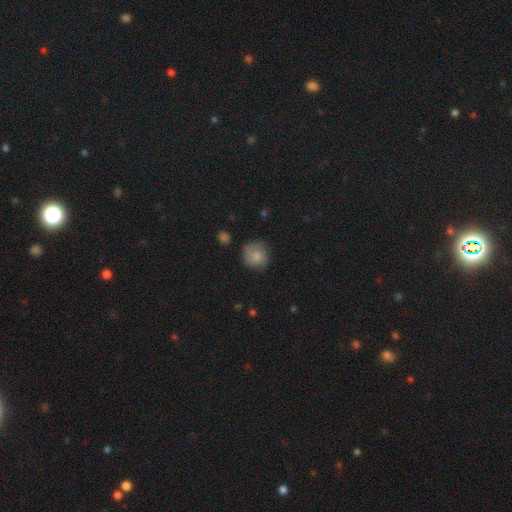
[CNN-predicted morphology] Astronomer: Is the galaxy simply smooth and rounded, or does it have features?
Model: smooth — 80%.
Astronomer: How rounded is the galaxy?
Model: round — 86%.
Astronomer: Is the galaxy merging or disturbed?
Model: none — 68%.